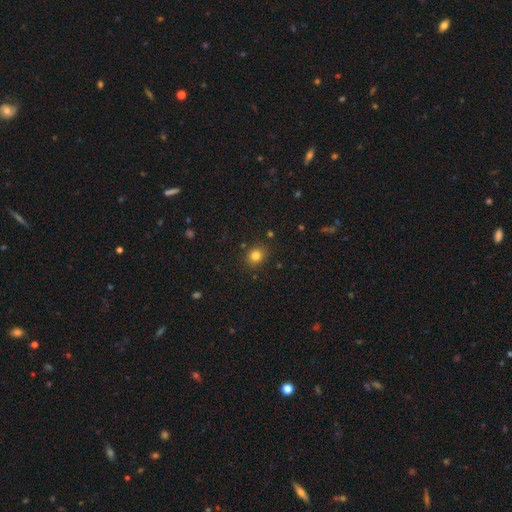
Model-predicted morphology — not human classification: A smooth galaxy with no disk features (81%) that is round (71%).

Vote fractions:
- Smooth or featured? smooth: 81% / star or artifact: 13% / featured or disk: 6%
- How rounded? round: 71% / in between: 28% / cigar-shaped: 1%
- Merging? none: 87% / minor disturbance: 9% / major disturbance: 3% / merger: 2%